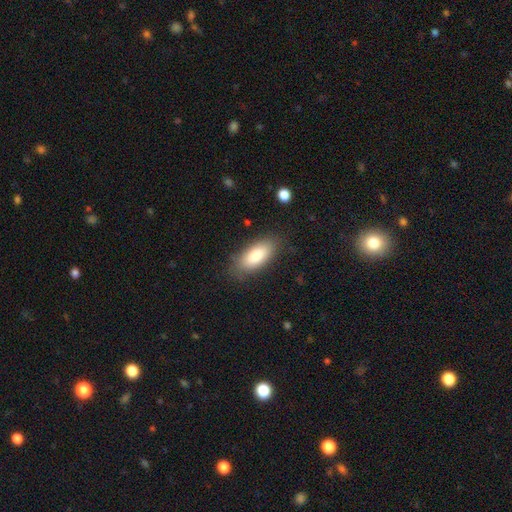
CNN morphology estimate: A smooth galaxy with no disk features (81%) that is in between round and cigar-shaped (84%).

Vote fractions:
- Smooth or featured? smooth: 81% / featured or disk: 12% / star or artifact: 7%
- How rounded? in between: 84% / cigar-shaped: 13% / round: 2%
- Merging? none: 83% / minor disturbance: 13% / major disturbance: 3% / merger: 1%